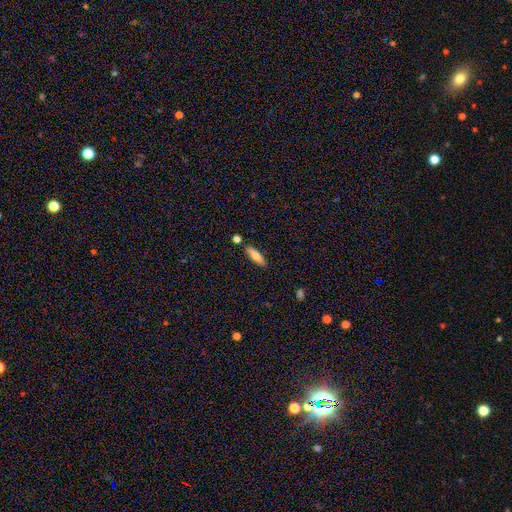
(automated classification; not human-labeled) Smooth or featured: smooth — 69% (featured or disk — 24%)
How rounded: cigar-shaped — 54% (in between — 44%)
Merging: none — 82% (minor disturbance — 11%)